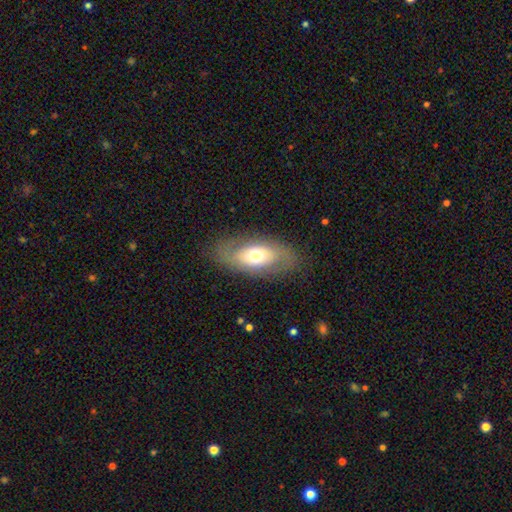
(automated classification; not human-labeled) Morphology: type=smooth (53%); roundness=in between (89%); merging=none (80%).